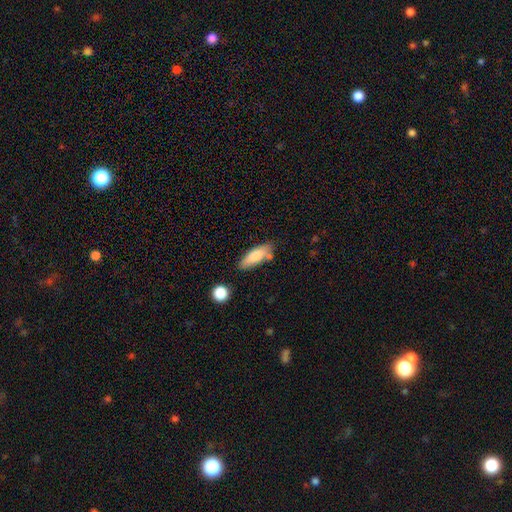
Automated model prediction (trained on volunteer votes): The model was most divided on "how rounded": in between: 58%, cigar-shaped: 40%, round: 2%. More confident: smooth or featured — smooth (78%); merging — none (70%).